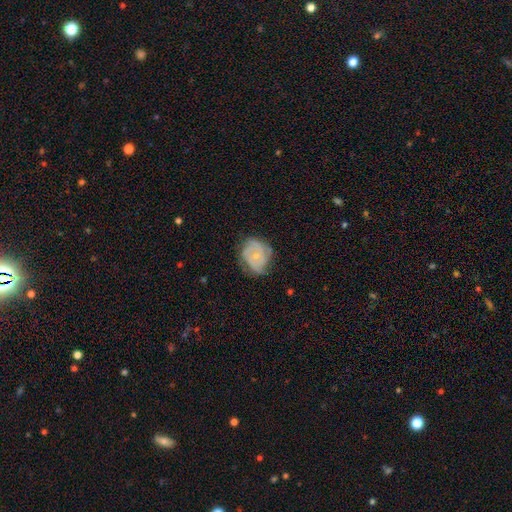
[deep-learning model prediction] Smooth or featured: featured or disk — 66% (smooth — 27%)
Edge-on disk: no — 97% (yes — 3%)
Bar: no — 79% (weak — 18%)
Spiral arms: yes — 81% (no — 19%)
Spiral winding: tight — 56% (medium — 33%)
Spiral arm count: can't tell — 35% (2 — 34%)
Bulge size: small — 71% (moderate — 23%)
Merging: none — 58% (minor disturbance — 29%)